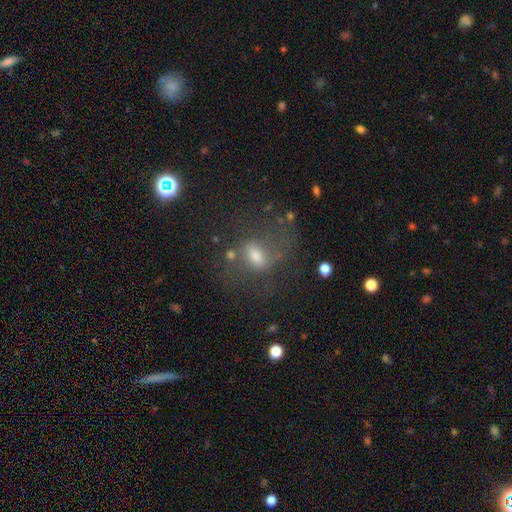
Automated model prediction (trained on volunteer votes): A smooth galaxy with no disk features (48%).

Vote fractions:
- Smooth or featured? smooth: 48% / featured or disk: 32% / star or artifact: 20%
- Merging? none: 50% / major disturbance: 24% / minor disturbance: 20% / merger: 7%